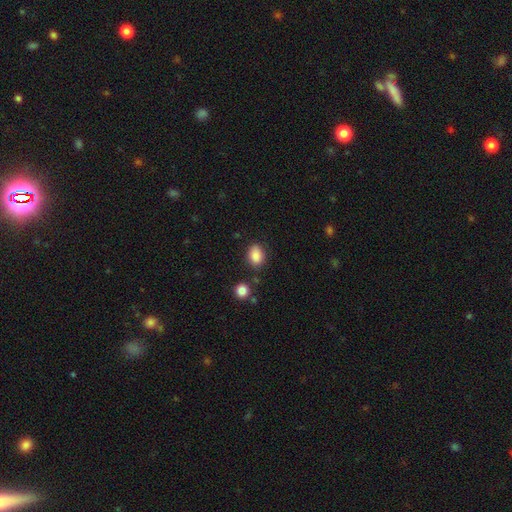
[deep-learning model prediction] This is clearly a smooth galaxy (87%). How rounded: likely in between (77%). Merging: likely none (78%).